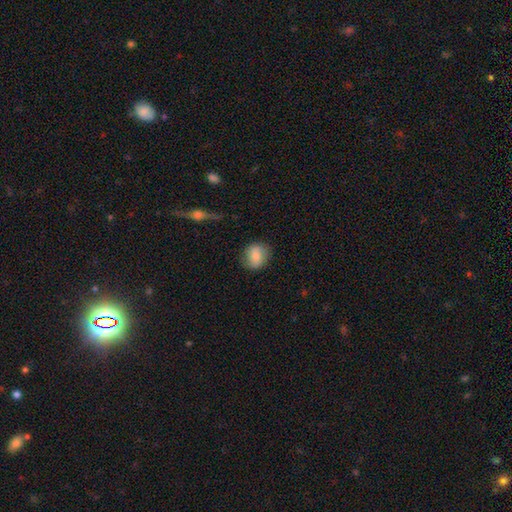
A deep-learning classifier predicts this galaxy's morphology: smooth-or-featured: smooth: 77% | featured or disk: 15% | star or artifact: 8%
  how-rounded: round: 73% | in between: 25% | cigar-shaped: 1%
  merging: none: 82% | minor disturbance: 14% | major disturbance: 4% | merger: 1%